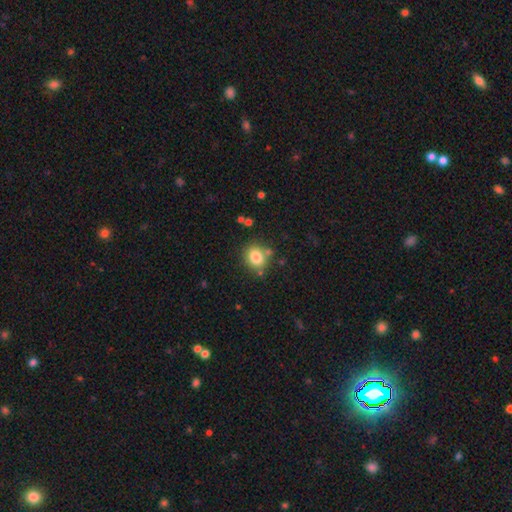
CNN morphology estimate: Q: Smooth or featured?
A: smooth (82%); runner-up: star or artifact (11%)
Q: How rounded?
A: round (67%); runner-up: in between (32%)
Q: Merging?
A: none (75%); runner-up: minor disturbance (13%)